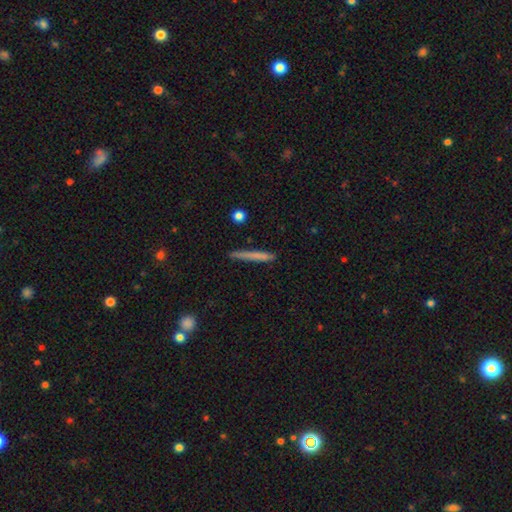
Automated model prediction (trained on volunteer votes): Q: Smooth or featured?
A: smooth (67%); runner-up: featured or disk (27%)
Q: How rounded?
A: cigar-shaped (96%); runner-up: in between (2%)
Q: Merging?
A: none (87%); runner-up: minor disturbance (10%)